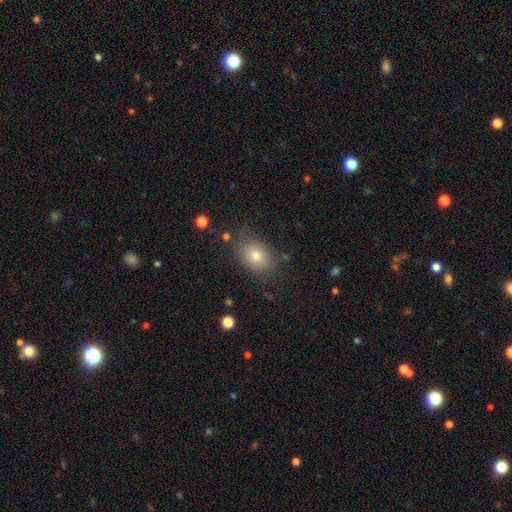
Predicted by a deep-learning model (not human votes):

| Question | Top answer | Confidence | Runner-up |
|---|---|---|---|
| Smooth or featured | smooth | 75% | featured or disk (13%) |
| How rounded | in between | 67% | round (32%) |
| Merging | none | 78% | minor disturbance (15%) |